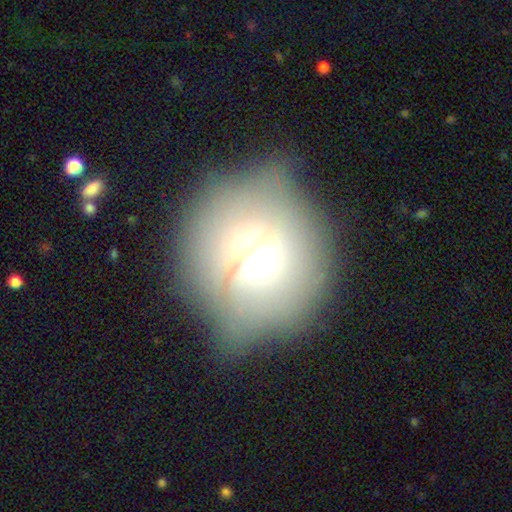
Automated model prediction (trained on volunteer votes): Morphology: type=smooth (48%); merging=none (59%).